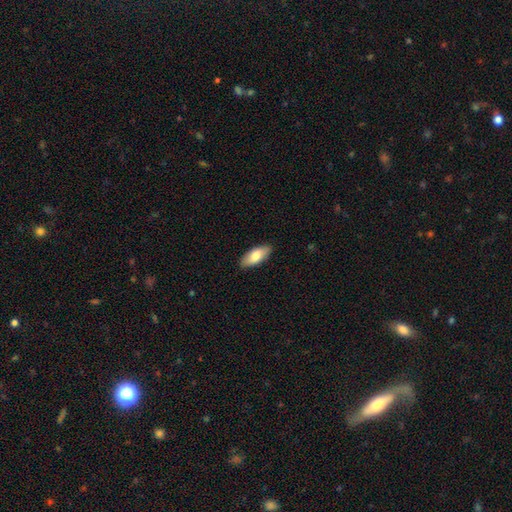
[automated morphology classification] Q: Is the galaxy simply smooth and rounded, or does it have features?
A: smooth — 78%.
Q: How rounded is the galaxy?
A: in between — 84%.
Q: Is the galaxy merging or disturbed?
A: none — 88%.